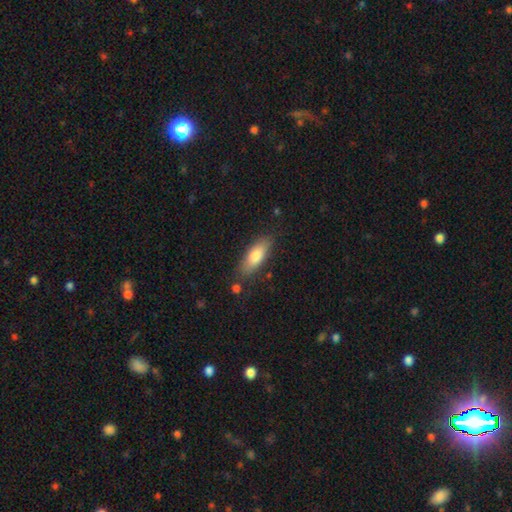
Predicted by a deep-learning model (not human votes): Smooth or featured? Predicted: smooth (p=0.77). How rounded? Predicted: in between (p=0.66). Merging? Predicted: none (p=0.81).